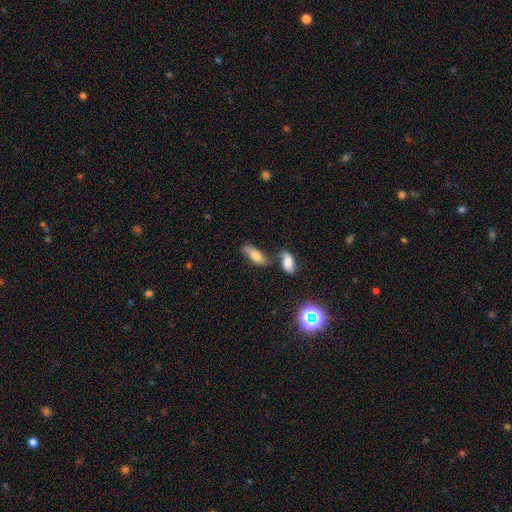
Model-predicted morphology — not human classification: type=smooth (62%); roundness=in between (65%); merging=none (55%).